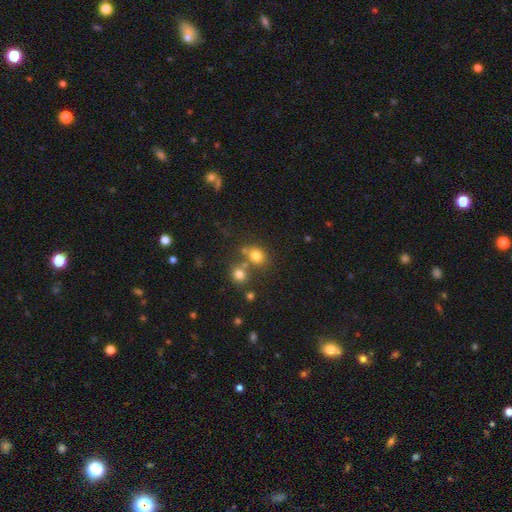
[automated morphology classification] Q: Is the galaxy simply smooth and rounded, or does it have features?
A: smooth — 77%.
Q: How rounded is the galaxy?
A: round — 67%.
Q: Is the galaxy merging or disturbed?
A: none — 58%.